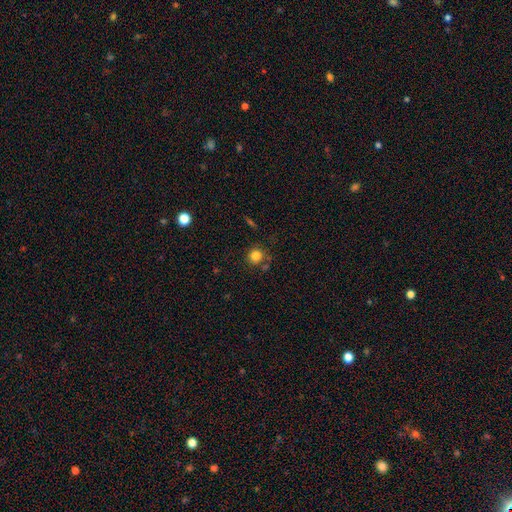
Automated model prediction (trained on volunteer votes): smooth-or-featured: smooth: 82% | star or artifact: 12% | featured or disk: 6%
  how-rounded: round: 89% | in between: 10% | cigar-shaped: 1%
  merging: none: 75% | minor disturbance: 13% | merger: 7% | major disturbance: 5%